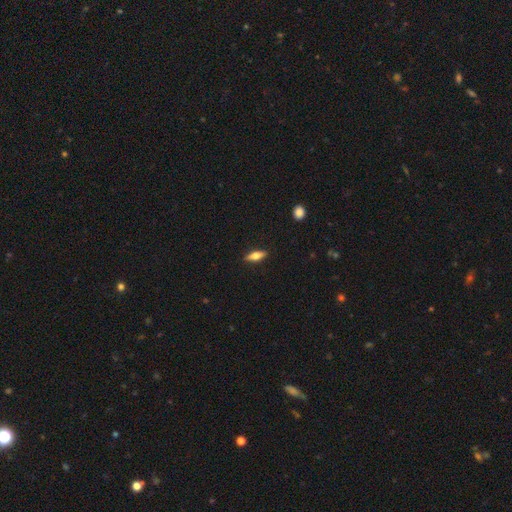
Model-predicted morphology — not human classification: Smooth or featured: smooth — 62% (featured or disk — 31%)
How rounded: in between — 58% (cigar-shaped — 39%)
Merging: none — 89% (minor disturbance — 8%)